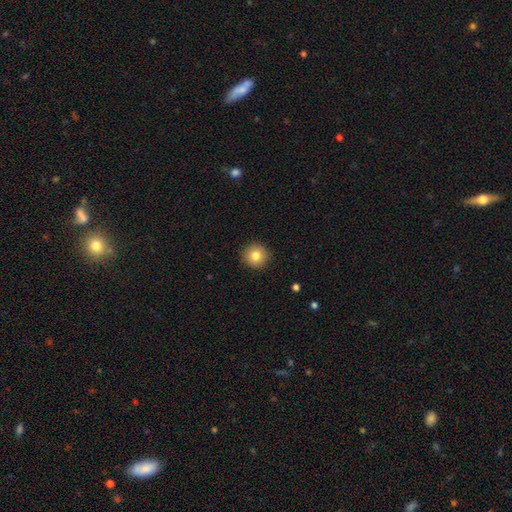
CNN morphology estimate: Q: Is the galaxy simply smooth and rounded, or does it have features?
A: smooth — 82%.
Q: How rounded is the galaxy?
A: round — 94%.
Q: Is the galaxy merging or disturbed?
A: none — 92%.